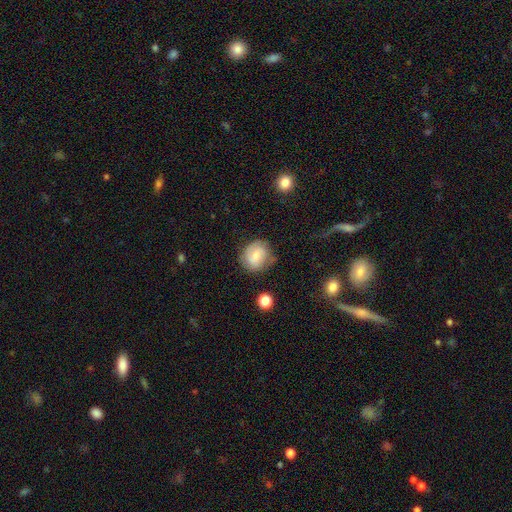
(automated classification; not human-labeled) smooth 60%, featured or disk 31%, star or artifact 9%. Down the decision tree: how rounded — round (72%); merging — none (68%).